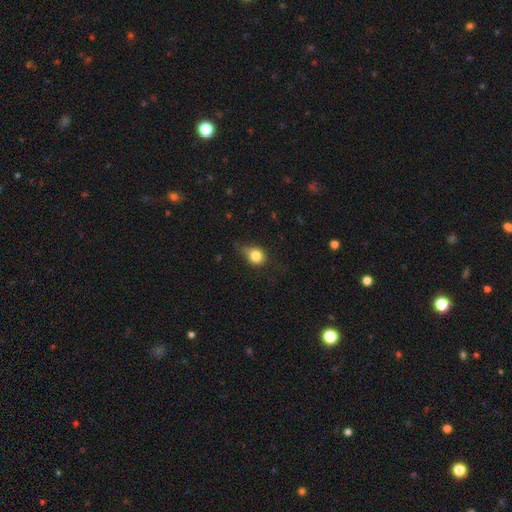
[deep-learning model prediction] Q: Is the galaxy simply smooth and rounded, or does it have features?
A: smooth — 80%.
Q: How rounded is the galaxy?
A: round — 65%.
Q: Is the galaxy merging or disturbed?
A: none — 47%.